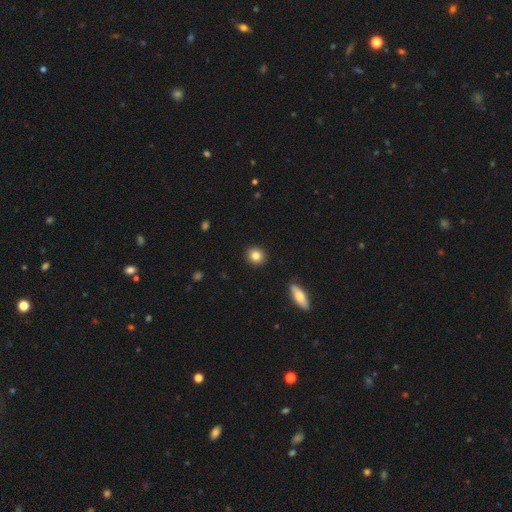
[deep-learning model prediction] smooth 84%, star or artifact 9%, featured or disk 7%. Down the decision tree: how rounded — round (84%); merging — none (92%).